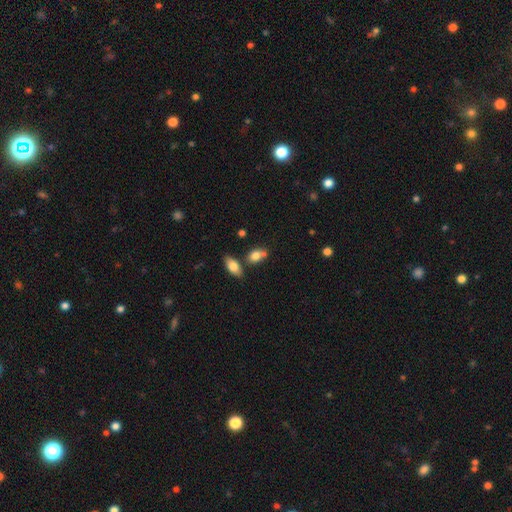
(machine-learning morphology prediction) smooth 80%, featured or disk 11%, star or artifact 9%. Down the decision tree: how rounded — in between (69%); merging — none (48%).